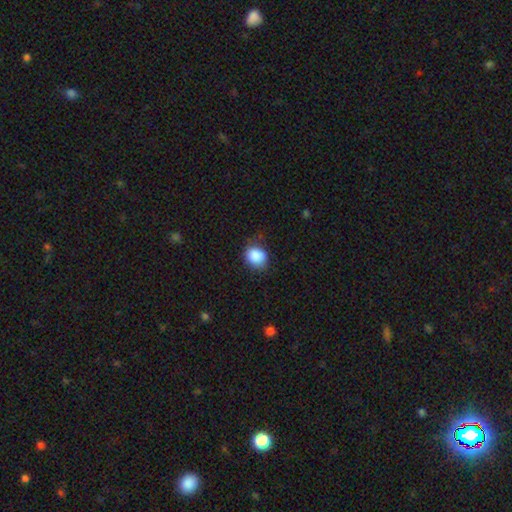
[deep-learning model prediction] This is clearly a smooth galaxy (88%). How rounded: likely round (62%). Merging: likely none (74%).